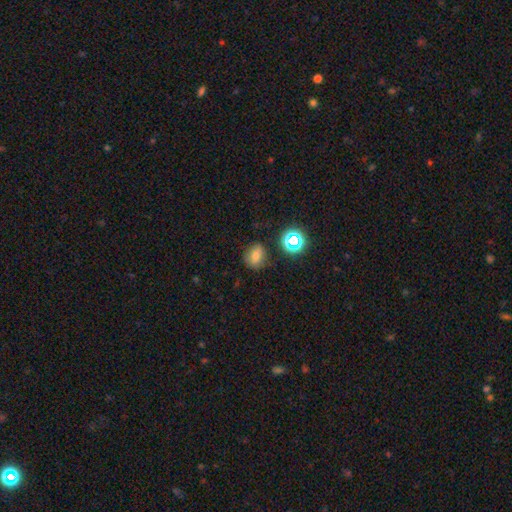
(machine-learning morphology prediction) Smooth or featured? smooth (71%)
How rounded? round (53%)
Merging? none (77%)